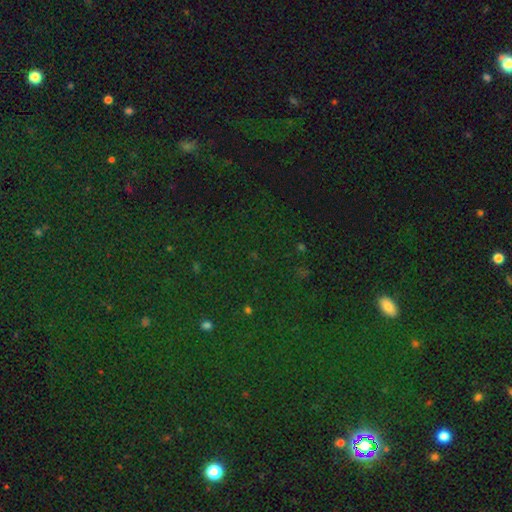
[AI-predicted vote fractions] The model was most divided on "smooth or featured": star or artifact: 80%, smooth: 13%, featured or disk: 7%.